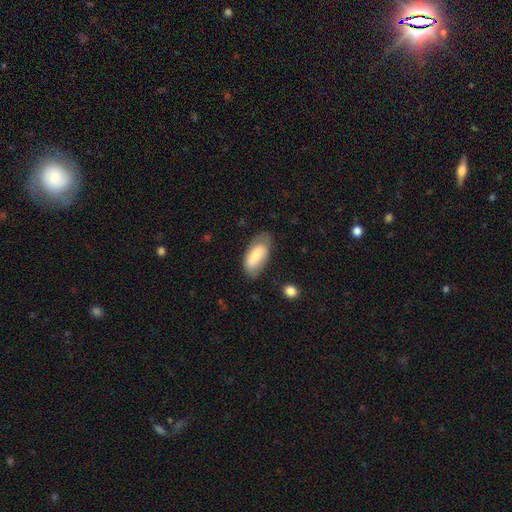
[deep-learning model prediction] Morphology: type=smooth (73%); roundness=in between (90%); merging=none (63%).